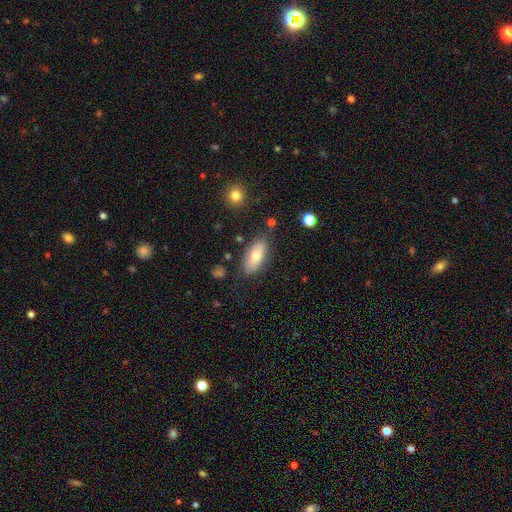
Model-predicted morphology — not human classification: smooth_or_featured: smooth (p=0.72) [alt: featured or disk p=0.21]
how_rounded: in between (p=0.83) [alt: cigar-shaped p=0.14]
merging: none (p=0.74) [alt: minor disturbance p=0.18]